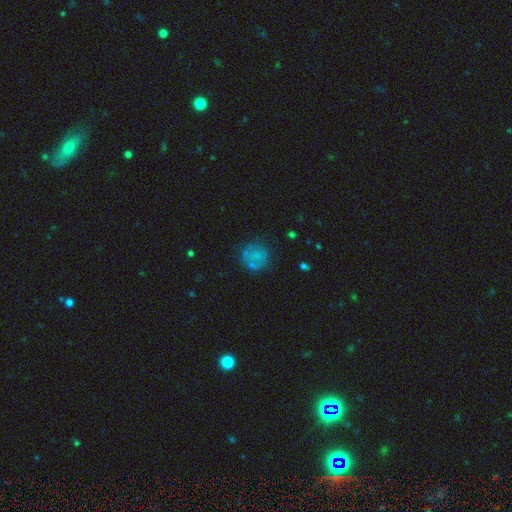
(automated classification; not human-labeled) This appears to be a smooth galaxy with no disk features (60%) that is round (86%). Merging: none (62%).